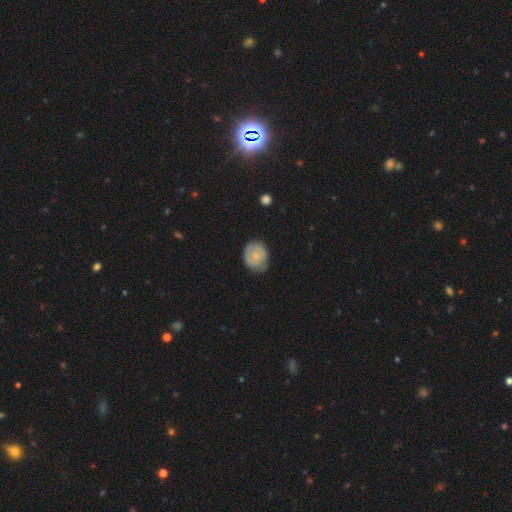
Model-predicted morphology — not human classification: This appears to be a smooth galaxy with no disk features (57%) that is round (64%). Merging: none (66%).